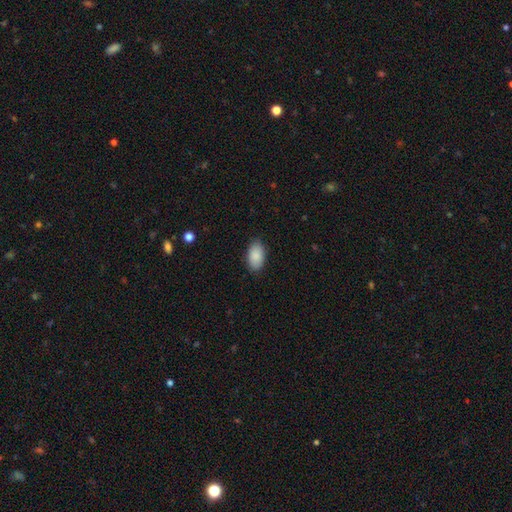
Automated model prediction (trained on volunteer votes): Q: Smooth or featured?
A: smooth (89%); runner-up: star or artifact (6%)
Q: How rounded?
A: in between (94%); runner-up: round (4%)
Q: Merging?
A: none (87%); runner-up: minor disturbance (10%)